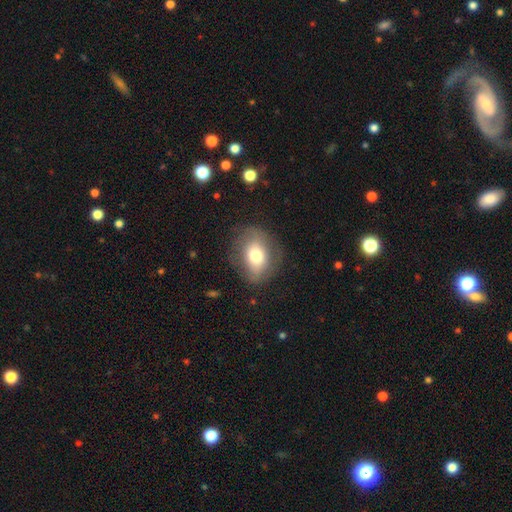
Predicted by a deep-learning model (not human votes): A smooth galaxy with no disk features (66%) that is in between round and cigar-shaped (62%).

Vote fractions:
- Smooth or featured? smooth: 66% / featured or disk: 25% / star or artifact: 9%
- How rounded? in between: 62% / round: 37% / cigar-shaped: 2%
- Merging? none: 76% / minor disturbance: 16% / major disturbance: 7% / merger: 1%